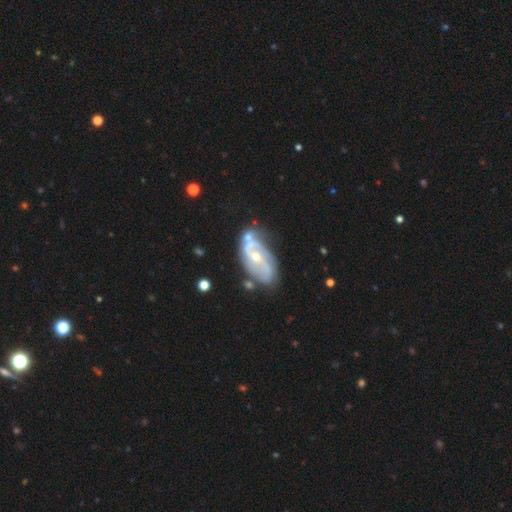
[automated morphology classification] A featured or disk galaxy (84%) with no bar (48%), 2 (63%) medium (44%) spiral arms (92%) and a small central bulge (51%). Merging: none (58%).